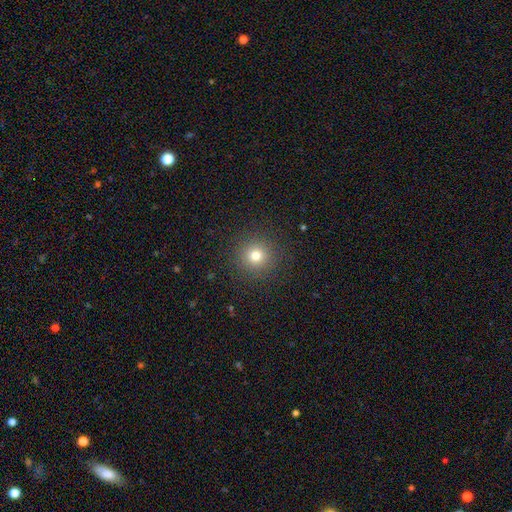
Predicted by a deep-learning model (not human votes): Smooth or featured?
  - smooth: 76% *
  - star or artifact: 16%
  - featured or disk: 8%
How rounded?
  - round: 95% *
  - in between: 4%
  - cigar-shaped: 1%
Merging?
  - none: 90% *
  - minor disturbance: 6%
  - major disturbance: 3%
  - merger: 1%